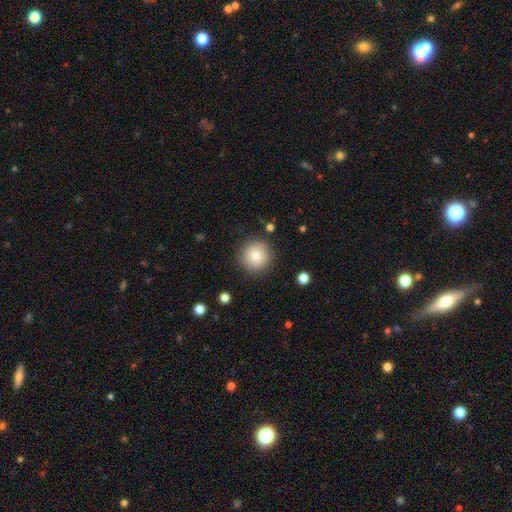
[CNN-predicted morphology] smooth-or-featured: smooth: 81% | featured or disk: 10% | star or artifact: 9%
  how-rounded: round: 96% | in between: 3% | cigar-shaped: 1%
  merging: none: 89% | minor disturbance: 7% | major disturbance: 2% | merger: 1%